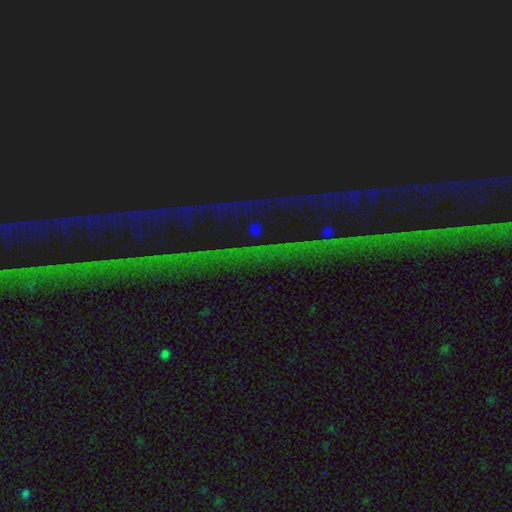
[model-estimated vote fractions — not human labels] Smooth or featured: star or artifact — 87% (featured or disk — 7%)